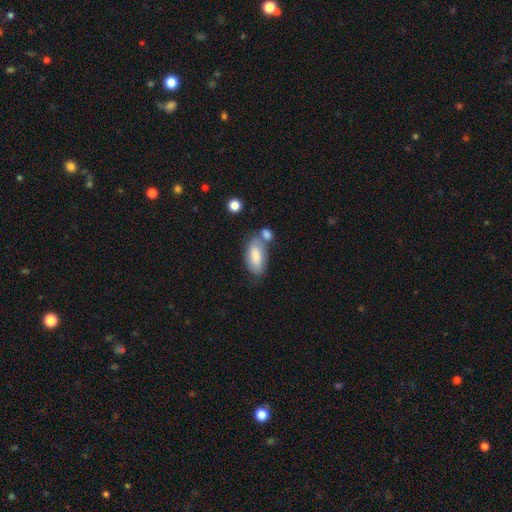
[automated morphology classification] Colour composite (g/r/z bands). It shows a smooth galaxy with no disk features (81%) that is in between round and cigar-shaped (91%). Merging: none (46%).